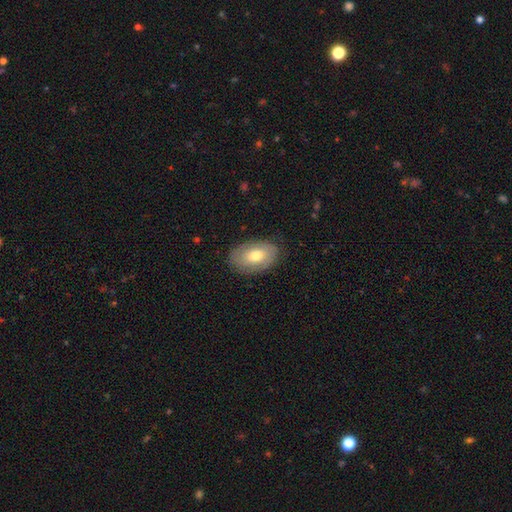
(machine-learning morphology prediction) Smooth or featured?
  - smooth: 59% *
  - featured or disk: 35%
  - star or artifact: 7%
How rounded?
  - in between: 90% *
  - round: 9%
  - cigar-shaped: 1%
Merging?
  - none: 81% *
  - minor disturbance: 14%
  - major disturbance: 4%
  - merger: 1%